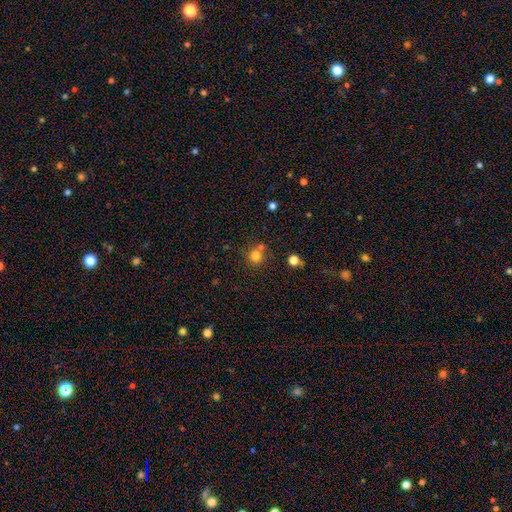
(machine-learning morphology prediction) Overall: smooth (79%). How rounded: round (91%). Merging: none (68%).